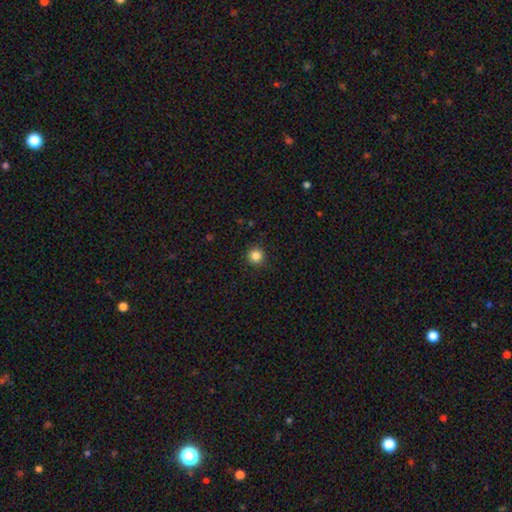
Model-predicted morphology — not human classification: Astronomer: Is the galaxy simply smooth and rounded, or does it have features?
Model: smooth — 85%.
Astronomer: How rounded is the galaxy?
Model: round — 95%.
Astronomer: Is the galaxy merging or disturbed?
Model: none — 92%.